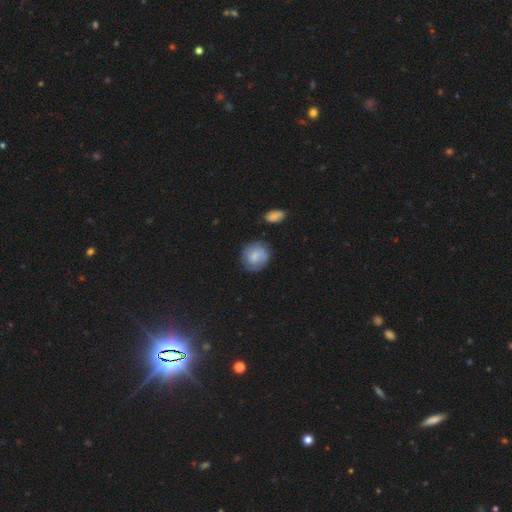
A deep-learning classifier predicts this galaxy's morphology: The model was most divided on "smooth or featured": smooth: 72%, featured or disk: 21%, star or artifact: 7%. More confident: how rounded — round (84%); merging — none (75%).